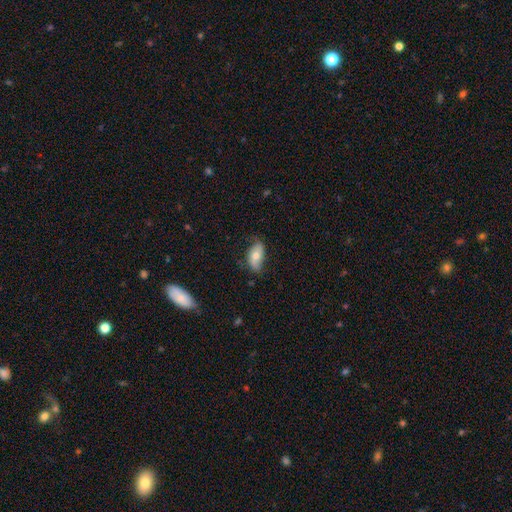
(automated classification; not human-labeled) smooth-or-featured: smooth: 60% | featured or disk: 33% | star or artifact: 7%
  how-rounded: in between: 92% | round: 4% | cigar-shaped: 4%
  merging: none: 63% | minor disturbance: 29% | major disturbance: 7% | merger: 1%